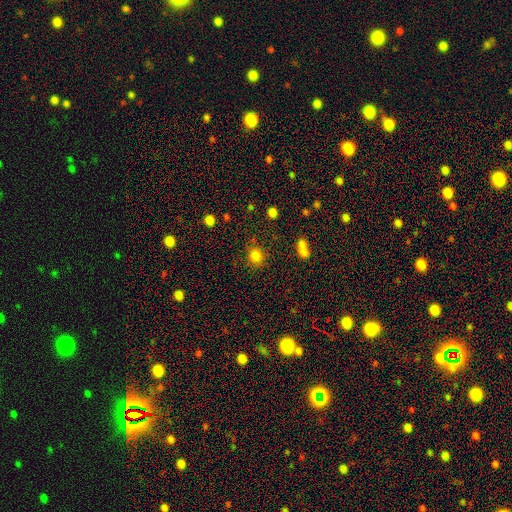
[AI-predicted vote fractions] Smooth or featured?
  - smooth: 82% *
  - star or artifact: 13%
  - featured or disk: 6%
How rounded?
  - round: 83% *
  - in between: 16%
  - cigar-shaped: 1%
Merging?
  - none: 79% *
  - minor disturbance: 11%
  - merger: 6%
  - major disturbance: 4%